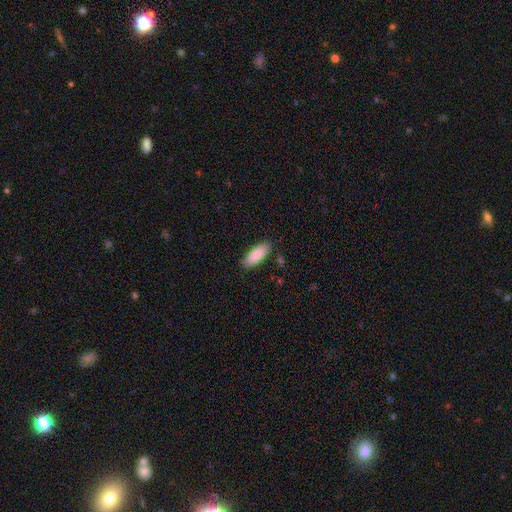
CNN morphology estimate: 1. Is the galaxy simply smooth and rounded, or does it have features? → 88% smooth, 7% featured or disk, 6% star or artifact.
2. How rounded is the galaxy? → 79% in between, 20% cigar-shaped, 2% round.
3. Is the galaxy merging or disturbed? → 85% none, 11% minor disturbance, 2% major disturbance, 2% merger.